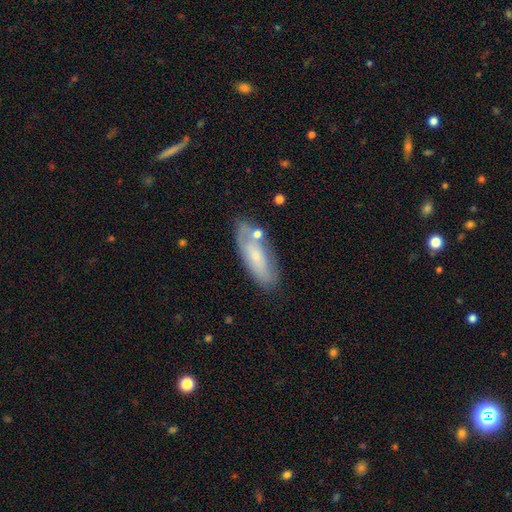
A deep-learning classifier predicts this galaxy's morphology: Q: Smooth or featured?
A: smooth (56%); runner-up: featured or disk (37%)
Q: How rounded?
A: in between (69%); runner-up: cigar-shaped (28%)
Q: Merging?
A: none (64%); runner-up: minor disturbance (20%)